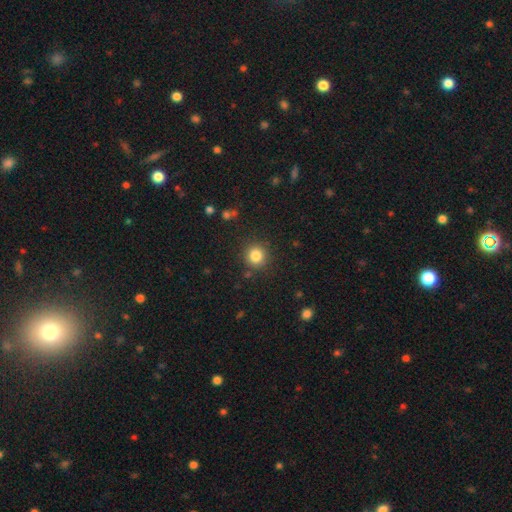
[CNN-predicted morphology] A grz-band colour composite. It shows a smooth galaxy with no disk features (83%) that is round (92%). Merging: none (88%).